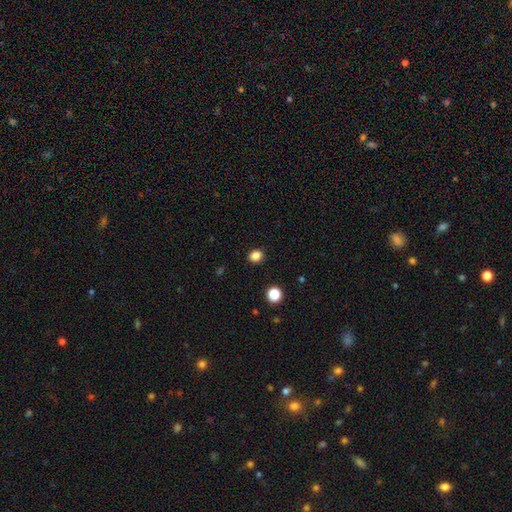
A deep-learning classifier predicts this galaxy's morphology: Q: Smooth or featured?
A: smooth (84%); runner-up: star or artifact (12%)
Q: How rounded?
A: round (67%); runner-up: in between (32%)
Q: Merging?
A: none (90%); runner-up: minor disturbance (7%)